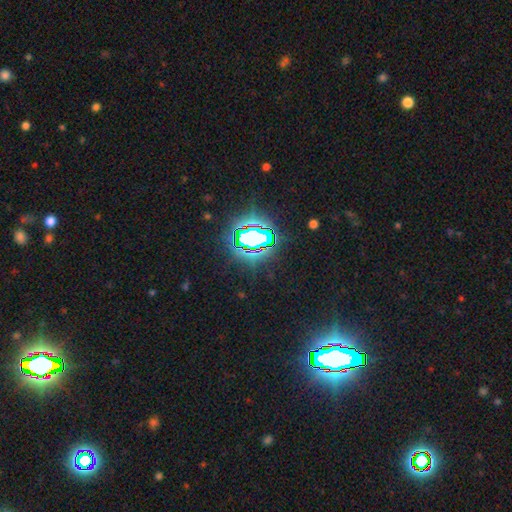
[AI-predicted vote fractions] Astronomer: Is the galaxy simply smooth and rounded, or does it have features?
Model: star or artifact — 83%.